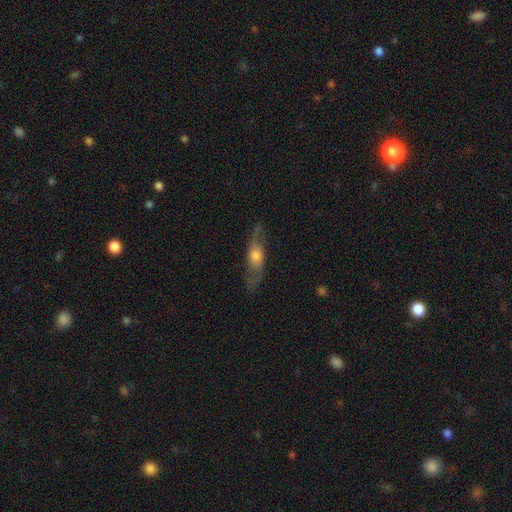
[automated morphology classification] Q: Smooth or featured?
A: featured or disk (56%); runner-up: smooth (37%)
Q: Edge-on disk?
A: no (51%); runner-up: yes (49%)
Q: Merging?
A: none (72%); runner-up: minor disturbance (19%)